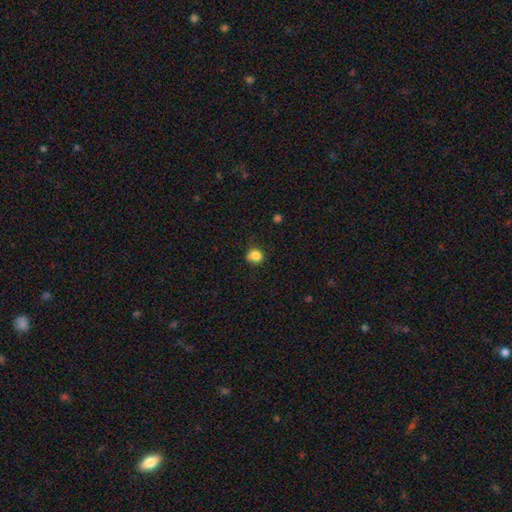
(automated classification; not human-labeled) A smooth galaxy with no disk features (83%) that is round (74%).

Vote fractions:
- Smooth or featured? smooth: 83% / star or artifact: 11% / featured or disk: 6%
- How rounded? round: 74% / in between: 25% / cigar-shaped: 1%
- Merging? none: 61% / minor disturbance: 29% / major disturbance: 8% / merger: 3%